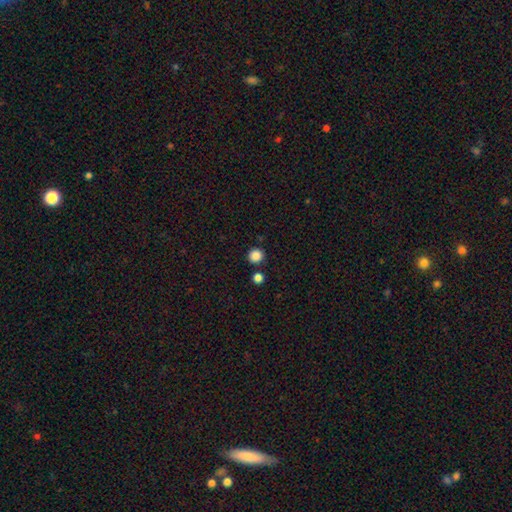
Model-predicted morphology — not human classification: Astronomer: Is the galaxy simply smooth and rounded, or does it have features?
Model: smooth — 86%.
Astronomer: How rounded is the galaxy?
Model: round — 94%.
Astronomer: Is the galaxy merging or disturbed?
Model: none — 87%.